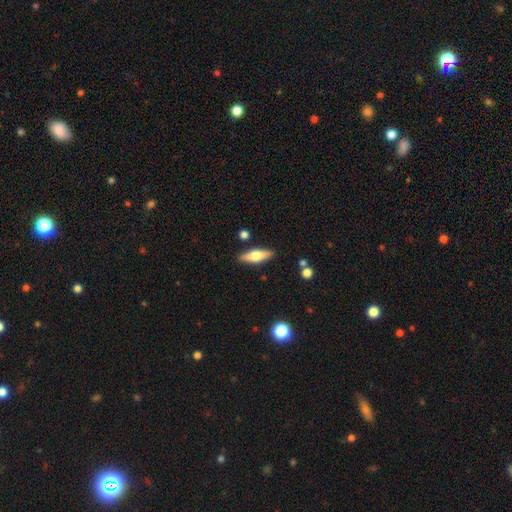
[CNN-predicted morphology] smooth_or_featured: featured or disk (p=0.47) [alt: smooth p=0.46]
merging: none (p=0.86) [alt: minor disturbance p=0.09]